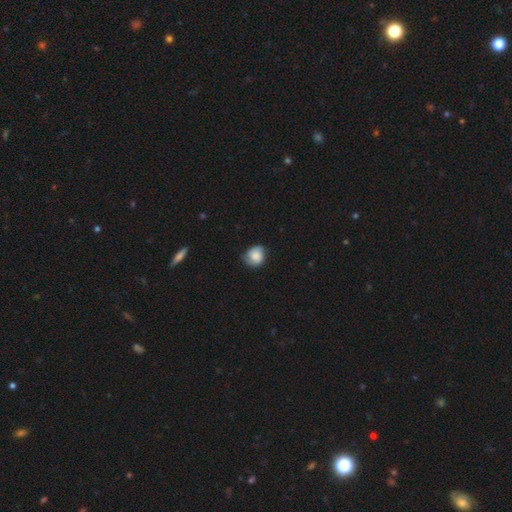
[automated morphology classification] smooth 73%, featured or disk 19%, star or artifact 8%. Down the decision tree: how rounded — round (78%); merging — none (65%).